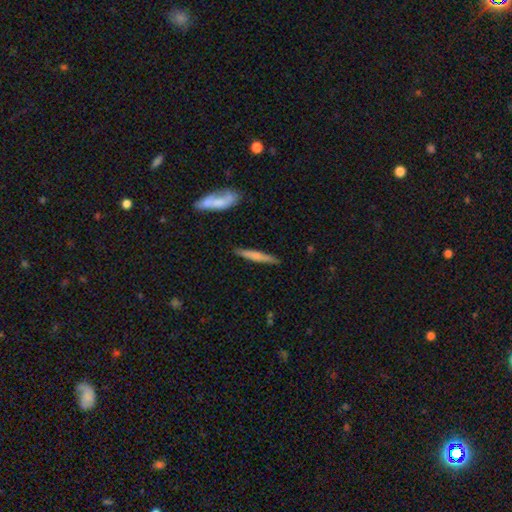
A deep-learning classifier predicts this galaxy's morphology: Smooth or featured? Predicted: smooth (p=0.62). How rounded? Predicted: cigar-shaped (p=0.93). Merging? Predicted: none (p=0.86).